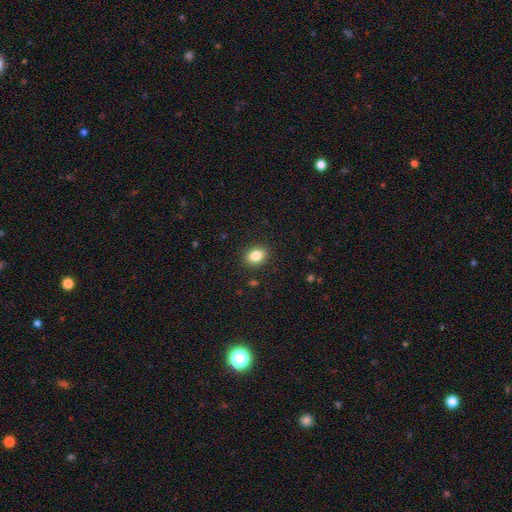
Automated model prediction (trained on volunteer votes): smooth_or_featured: smooth (p=0.84) [alt: star or artifact p=0.10]
how_rounded: in between (p=0.60) [alt: round p=0.39]
merging: none (p=0.89) [alt: minor disturbance p=0.07]